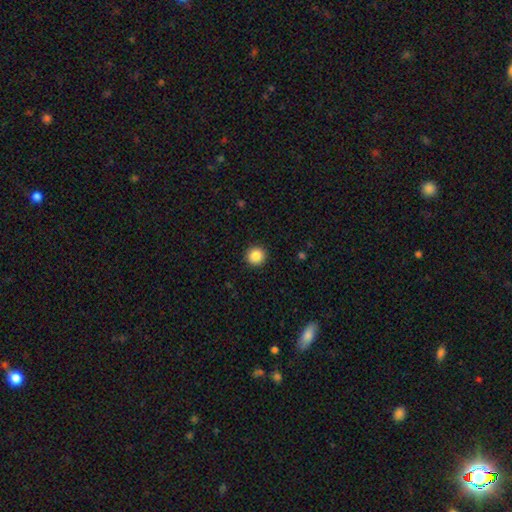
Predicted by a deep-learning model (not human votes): Overall: smooth (87%). How rounded: round (95%). Merging: none (93%).